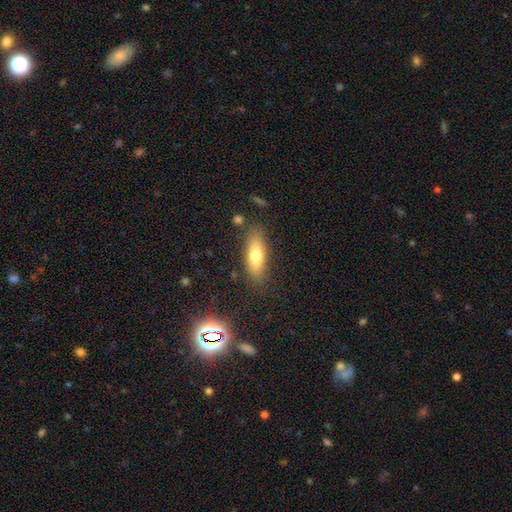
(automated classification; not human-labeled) Smooth or featured? smooth (72%)
How rounded? in between (62%)
Merging? none (82%)